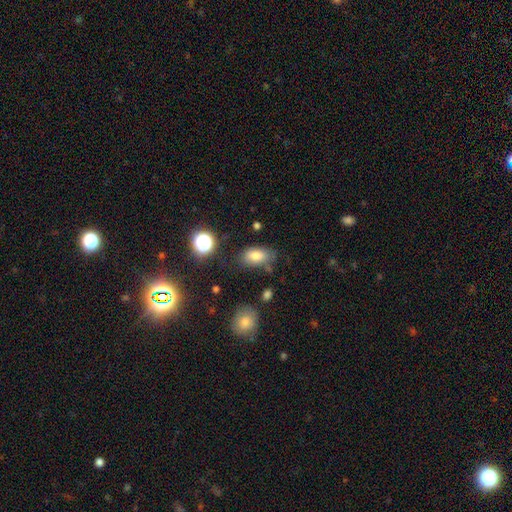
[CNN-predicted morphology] A smooth galaxy with no disk features (80%) that is in between round and cigar-shaped (90%). Merging: none (68%).